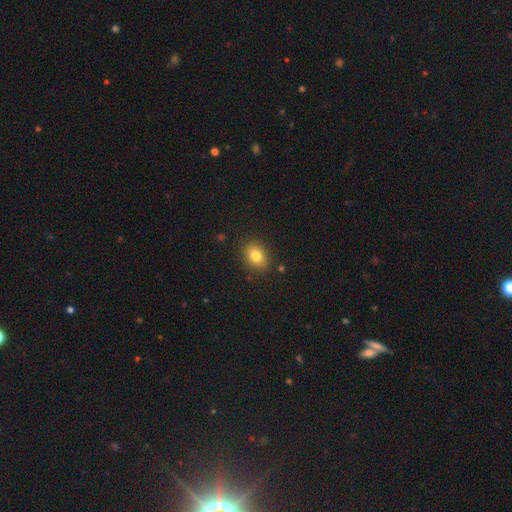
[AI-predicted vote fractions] A smooth galaxy with no disk features (80%) that is in between round and cigar-shaped (64%).

Vote fractions:
- Smooth or featured? smooth: 80% / star or artifact: 10% / featured or disk: 9%
- How rounded? in between: 64% / round: 35% / cigar-shaped: 1%
- Merging? none: 87% / minor disturbance: 9% / major disturbance: 2% / merger: 1%